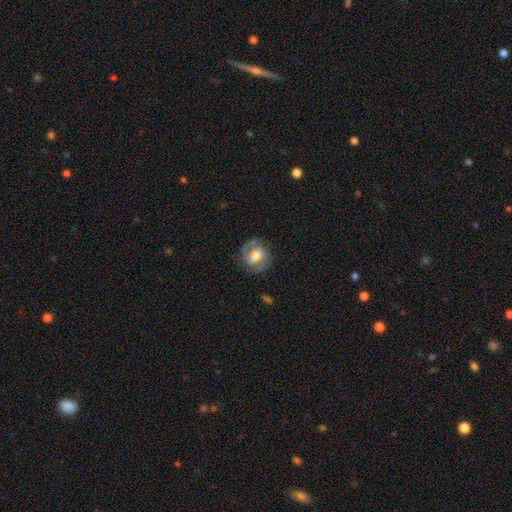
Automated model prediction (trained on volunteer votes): Smooth or featured? featured or disk (64%)
Edge-on disk? no (97%)
Bar? weak (42%)
Spiral arms? yes (86%)
Spiral winding? medium (47%)
Spiral arm count? 2 (84%)
Bulge size? moderate (52%)
Merging? none (77%)